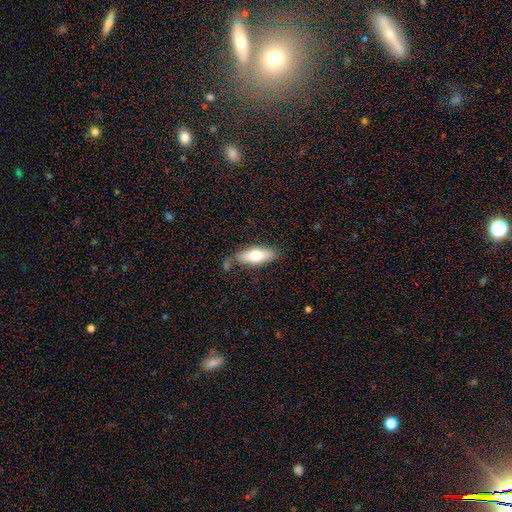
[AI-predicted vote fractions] Smooth or featured?
  - smooth: 69% *
  - featured or disk: 24%
  - star or artifact: 6%
How rounded?
  - in between: 76% *
  - cigar-shaped: 22%
  - round: 2%
Merging?
  - none: 67% *
  - minor disturbance: 19%
  - merger: 7%
  - major disturbance: 6%